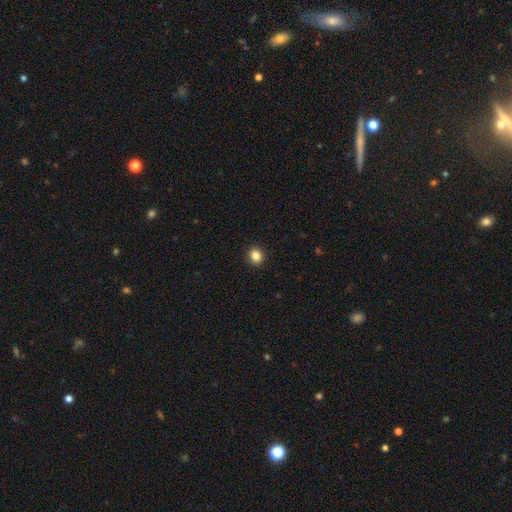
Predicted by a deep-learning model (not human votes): smooth_or_featured: smooth (p=0.85) [alt: star or artifact p=0.11]
how_rounded: round (p=0.75) [alt: in between p=0.24]
merging: none (p=0.93) [alt: minor disturbance p=0.05]